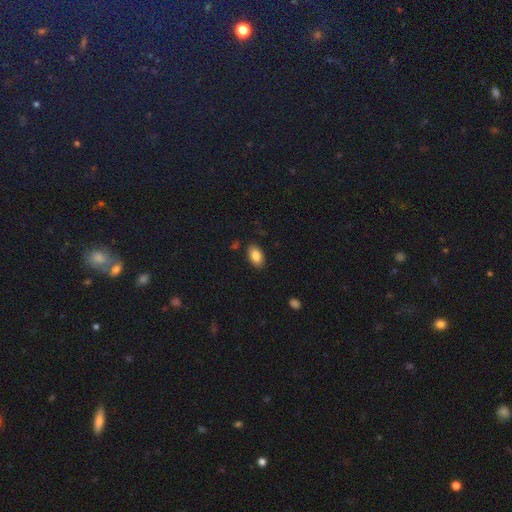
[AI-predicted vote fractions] Overall: smooth (84%). How rounded: in between (92%). Merging: none (87%).